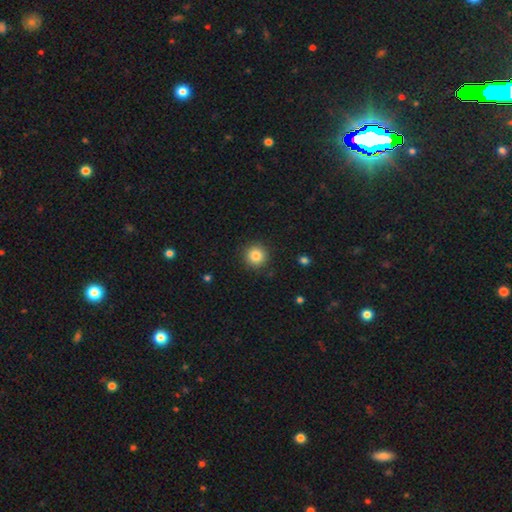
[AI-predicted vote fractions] This appears to be a smooth galaxy with no disk features (84%) that is round (94%). Merging: none (90%).